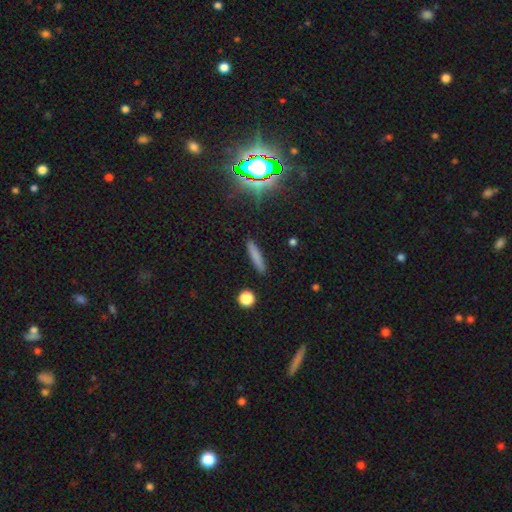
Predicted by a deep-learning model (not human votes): smooth_or_featured: smooth (p=0.76) [alt: star or artifact p=0.12]
how_rounded: cigar-shaped (p=0.88) [alt: in between p=0.10]
merging: none (p=0.89) [alt: minor disturbance p=0.07]